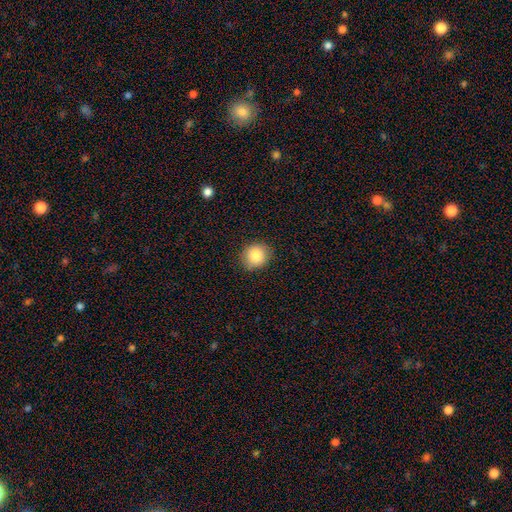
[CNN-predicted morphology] Overall: smooth (86%). How rounded: round (80%). Merging: none (87%).